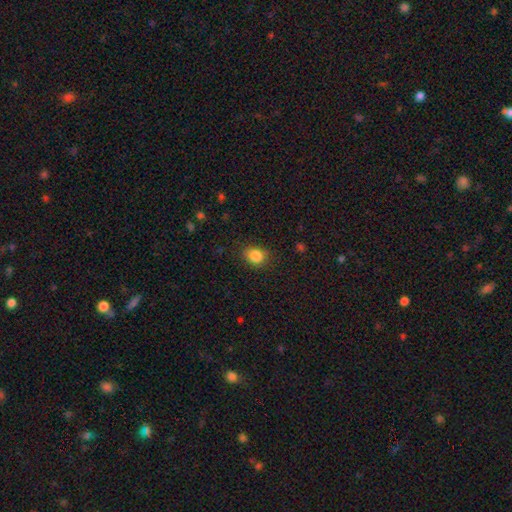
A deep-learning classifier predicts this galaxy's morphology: Smooth or featured? Predicted: smooth (p=0.85). How rounded? Predicted: round (p=0.59). Merging? Predicted: none (p=0.79).